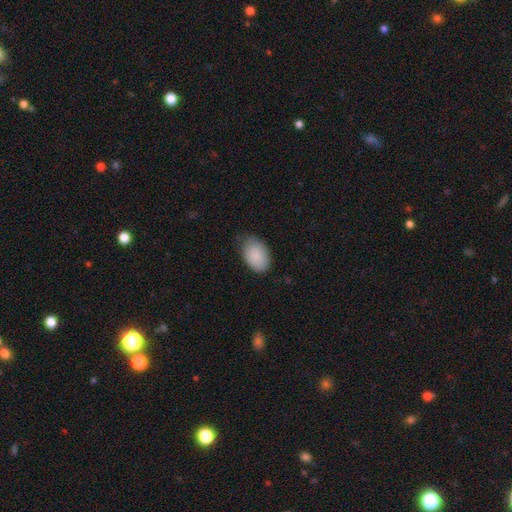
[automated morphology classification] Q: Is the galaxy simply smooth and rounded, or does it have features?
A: smooth — 89%.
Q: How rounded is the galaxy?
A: in between — 90%.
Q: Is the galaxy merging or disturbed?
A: none — 71%.